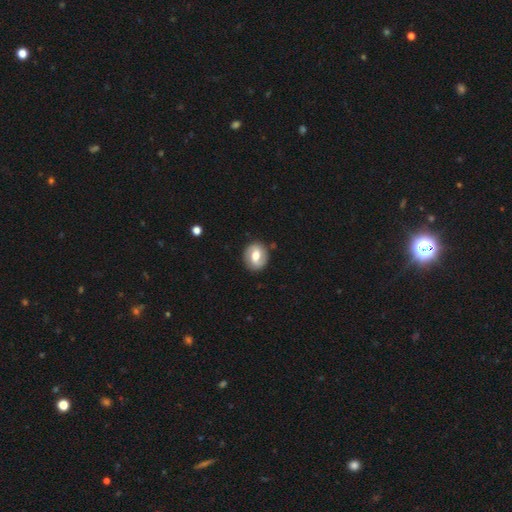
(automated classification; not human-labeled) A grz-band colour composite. It shows a featured or disk galaxy (50%). Merging: none (85%).